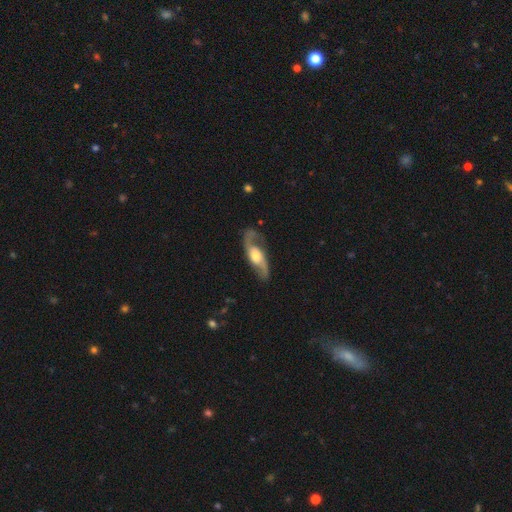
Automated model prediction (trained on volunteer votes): smooth-or-featured: featured or disk: 85% | smooth: 10% | star or artifact: 5%
  disk-edge-on: no: 89% | yes: 11%
    bar: no: 57% | weak: 32% | strong: 11%
    has-spiral-arms: yes: 95% | no: 5%
      spiral-winding: loose: 52% | medium: 38% | tight: 10%
      spiral-arm-count: 2: 92% | can't tell: 3% | 1: 2% | 3: 1% | 4: 1% | more than 4: 1%
    bulge-size: moderate: 56% | large: 25% | small: 14% | none: 2% | dominant: 2%
  merging: none: 77% | minor disturbance: 14% | major disturbance: 7% | merger: 2%